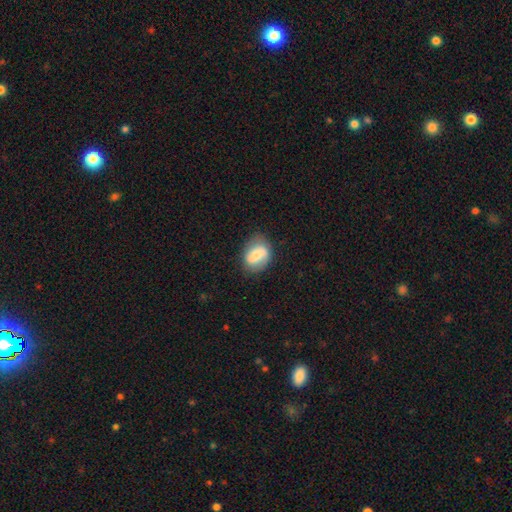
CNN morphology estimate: Smooth or featured? smooth (58%)
How rounded? in between (68%)
Merging? none (72%)